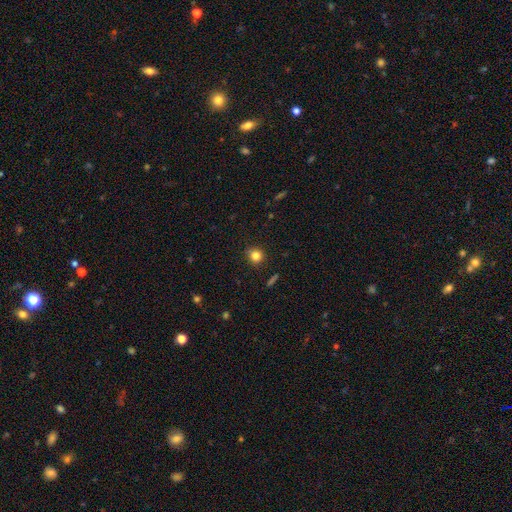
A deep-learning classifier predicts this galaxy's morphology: smooth 81%, star or artifact 12%, featured or disk 6%. Down the decision tree: how rounded — round (88%); merging — none (89%).